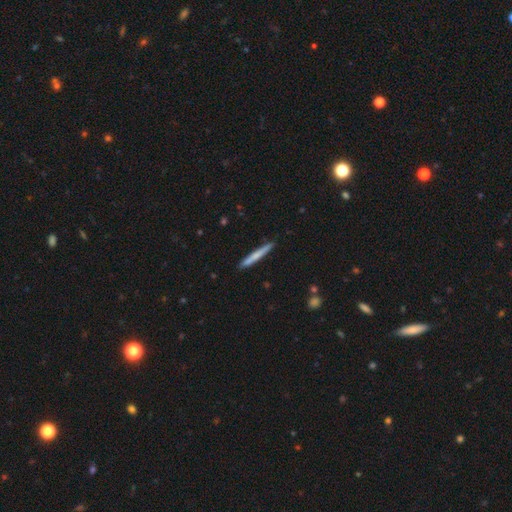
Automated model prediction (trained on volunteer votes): Overall: smooth (65%; featured or disk 30%). How rounded: cigar-shaped (96%). Merging: none (90%).